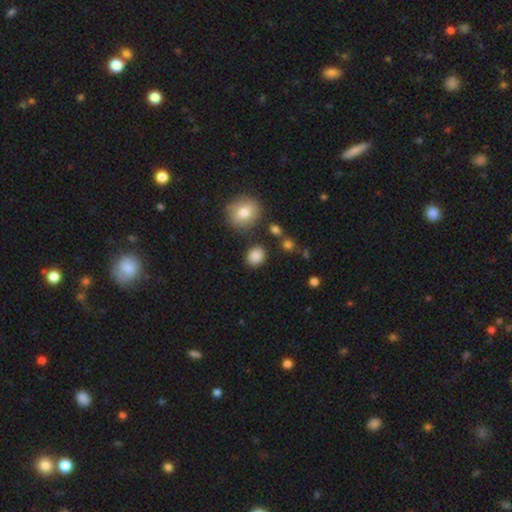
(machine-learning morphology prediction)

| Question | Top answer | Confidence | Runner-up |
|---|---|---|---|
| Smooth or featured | smooth | 86% | star or artifact (9%) |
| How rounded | round | 56% | in between (43%) |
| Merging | none | 84% | minor disturbance (10%) |